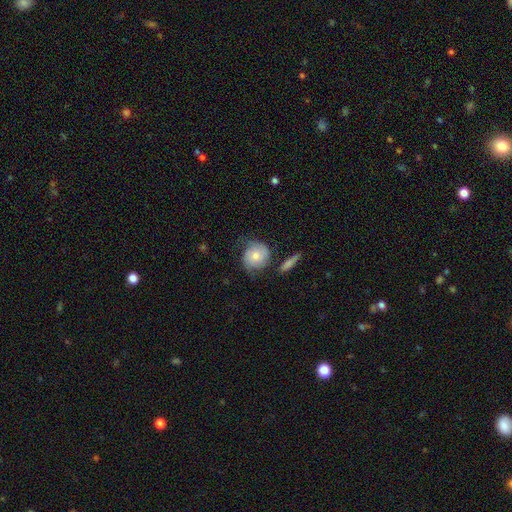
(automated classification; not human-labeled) Smooth or featured?
  - smooth: 51% *
  - featured or disk: 42%
  - star or artifact: 7%
How rounded?
  - round: 84% *
  - in between: 15%
  - cigar-shaped: 1%
Merging?
  - none: 57% *
  - minor disturbance: 25%
  - major disturbance: 11%
  - merger: 6%